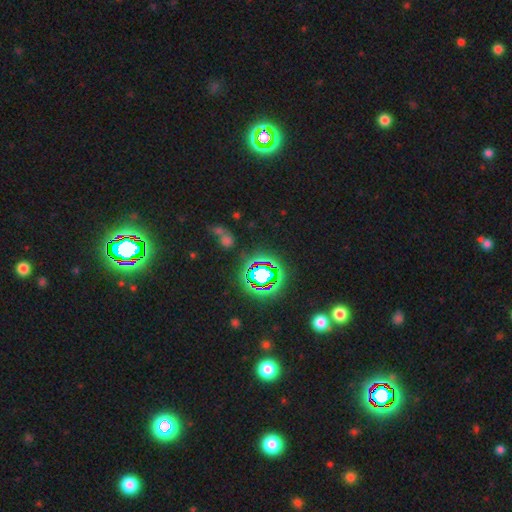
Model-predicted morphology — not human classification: smooth-or-featured: star or artifact: 78% | smooth: 14% | featured or disk: 8%